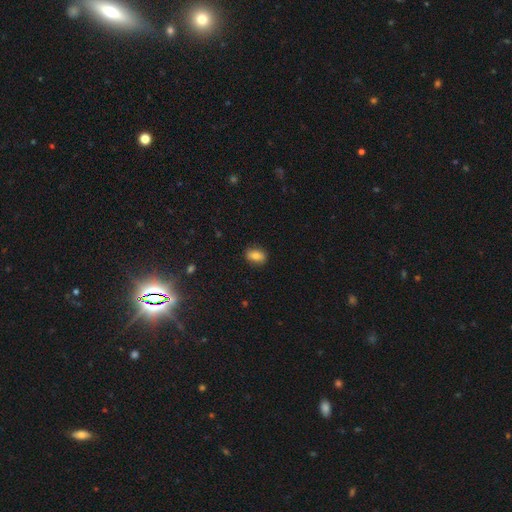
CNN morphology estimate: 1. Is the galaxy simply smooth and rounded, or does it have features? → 74% smooth, 17% featured or disk, 9% star or artifact.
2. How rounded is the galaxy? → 78% in between, 19% round, 3% cigar-shaped.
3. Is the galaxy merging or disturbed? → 84% none, 12% minor disturbance, 3% major disturbance, 1% merger.